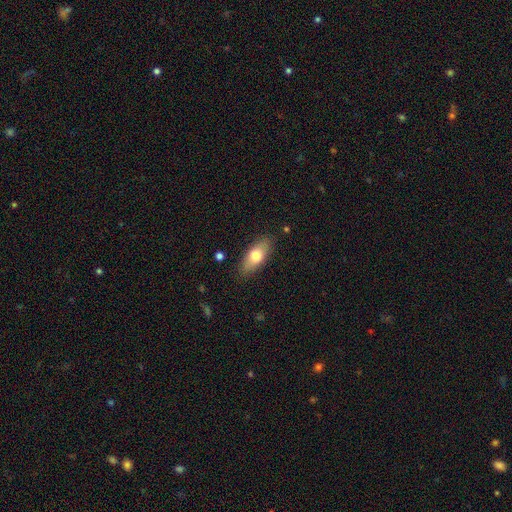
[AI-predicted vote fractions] Overall: smooth (72%). How rounded: in between (79%). Merging: none (85%).